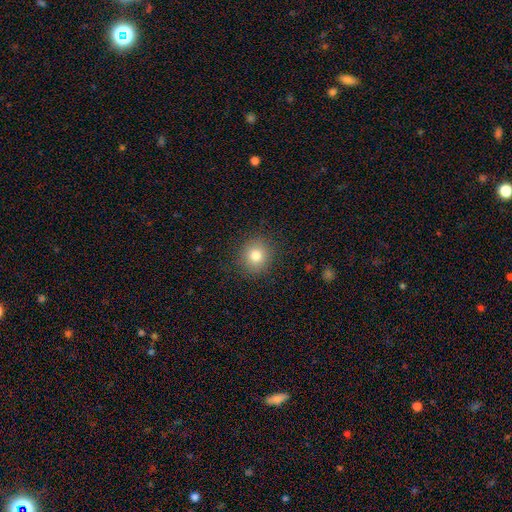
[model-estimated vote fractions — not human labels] smooth-or-featured: smooth: 80% | star or artifact: 12% | featured or disk: 9%
  how-rounded: round: 87% | in between: 12% | cigar-shaped: 1%
  merging: none: 89% | minor disturbance: 7% | major disturbance: 3% | merger: 1%